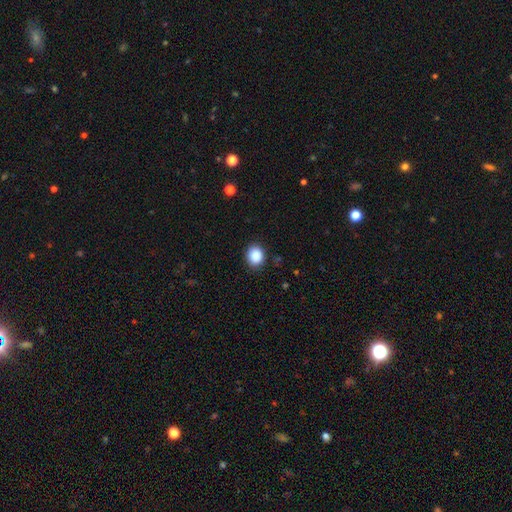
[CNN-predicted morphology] Q: Smooth or featured?
A: smooth (88%); runner-up: star or artifact (9%)
Q: How rounded?
A: round (67%); runner-up: in between (33%)
Q: Merging?
A: none (87%); runner-up: minor disturbance (10%)